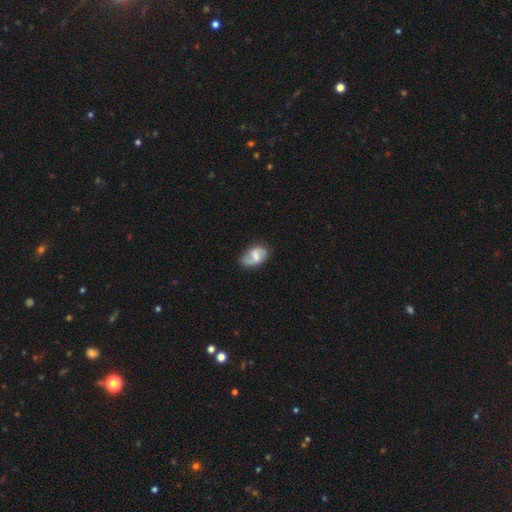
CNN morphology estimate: Smooth or featured: featured or disk — 72% (smooth — 22%)
Edge-on disk: no — 98% (yes — 2%)
Bar: weak — 54% (no — 28%)
Spiral arms: yes — 92% (no — 8%)
Spiral winding: loose — 47% (medium — 40%)
Spiral arm count: 2 — 84% (1 — 8%)
Bulge size: small — 35% (tied with moderate — 35%)
Merging: none — 72% (minor disturbance — 19%)